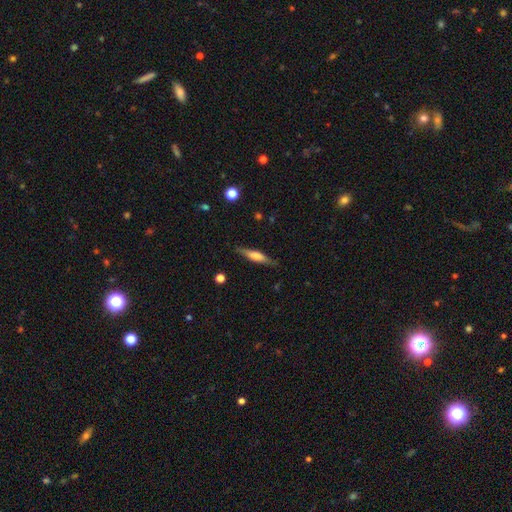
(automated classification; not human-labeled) This is possibly a featured or disk galaxy (47%). Merging: clearly none (85%).